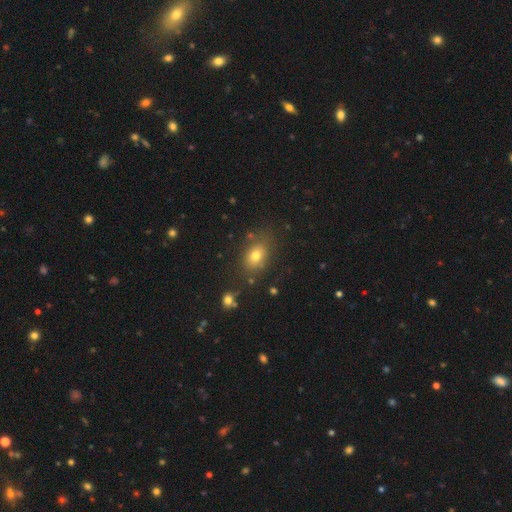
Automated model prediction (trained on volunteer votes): The model was most divided on "how rounded": in between: 76%, round: 22%, cigar-shaped: 2%. More confident: merging — none (76%); smooth or featured — smooth (76%).